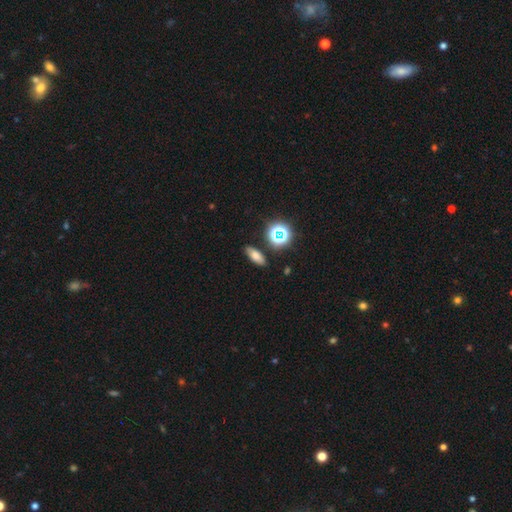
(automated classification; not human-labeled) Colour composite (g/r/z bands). It shows a smooth galaxy with no disk features (69%) that is in between round and cigar-shaped (68%). Merging: none (85%).